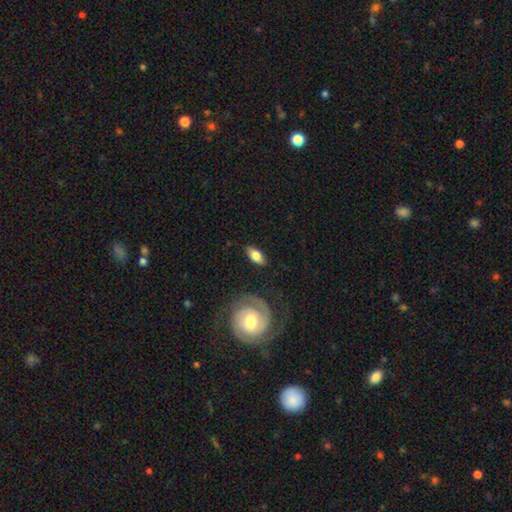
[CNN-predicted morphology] Smooth or featured? Predicted: smooth (p=0.64). How rounded? Predicted: in between (p=0.79). Merging? Predicted: none (p=0.84).